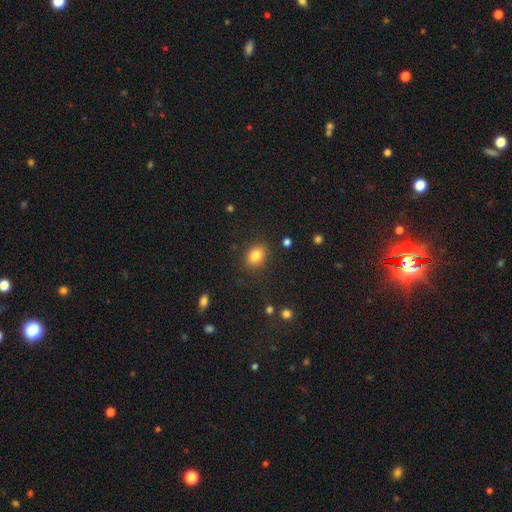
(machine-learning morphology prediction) Smooth or featured?
  - smooth: 82% *
  - star or artifact: 10%
  - featured or disk: 7%
How rounded?
  - in between: 51% *
  - round: 48%
  - cigar-shaped: 1%
Merging?
  - none: 85% *
  - minor disturbance: 10%
  - major disturbance: 3%
  - merger: 2%